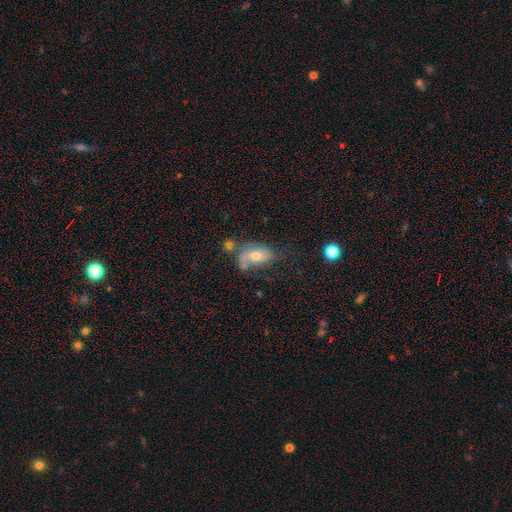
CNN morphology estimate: A smooth galaxy with no disk features (46%). Merging: none (42%).